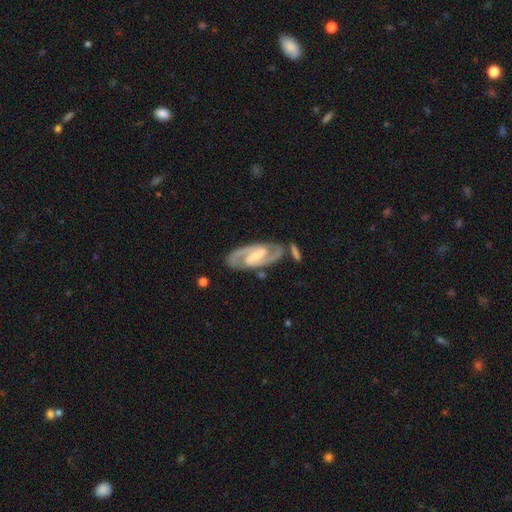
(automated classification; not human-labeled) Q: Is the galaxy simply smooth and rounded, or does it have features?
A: featured or disk — 91%.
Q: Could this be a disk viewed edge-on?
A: no — 96%.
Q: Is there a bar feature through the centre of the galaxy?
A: strong — 50%.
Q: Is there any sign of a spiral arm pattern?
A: yes — 98%.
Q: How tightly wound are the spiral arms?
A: medium — 56%.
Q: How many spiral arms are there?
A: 2 — 93%.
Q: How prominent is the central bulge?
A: small — 55%.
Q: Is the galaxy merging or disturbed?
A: none — 82%.